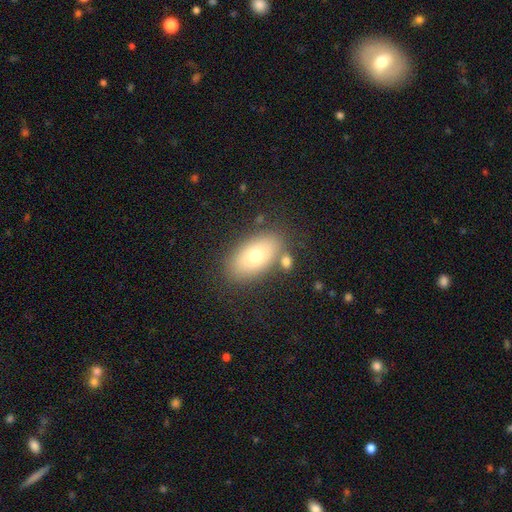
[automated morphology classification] smooth 71%, featured or disk 20%, star or artifact 9%. Down the decision tree: how rounded — in between (91%); merging — none (78%).